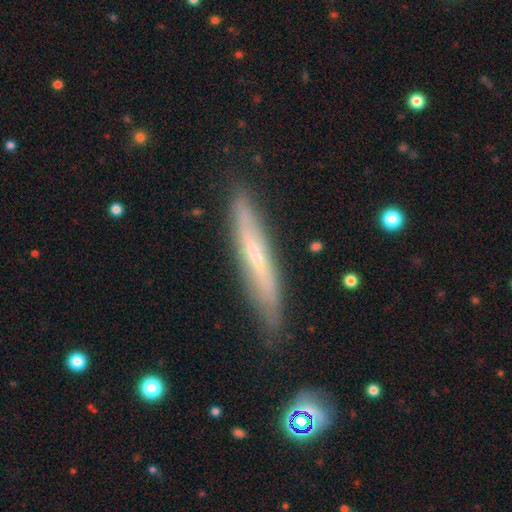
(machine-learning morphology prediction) smooth_or_featured: featured or disk (p=0.55) [alt: smooth p=0.38]
disk_edge_on: yes (p=0.81) [alt: no p=0.19]
merging: none (p=0.80) [alt: minor disturbance p=0.15]